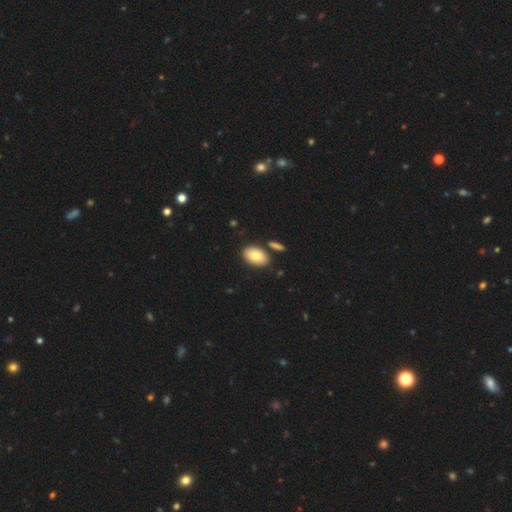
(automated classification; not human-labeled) Smooth or featured? smooth (85%)
How rounded? in between (92%)
Merging? none (79%)